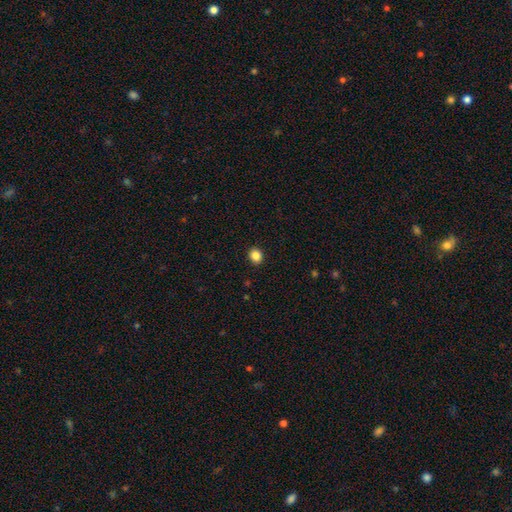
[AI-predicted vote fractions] A smooth galaxy with no disk features (86%) that is round (68%). Merging: none (92%).